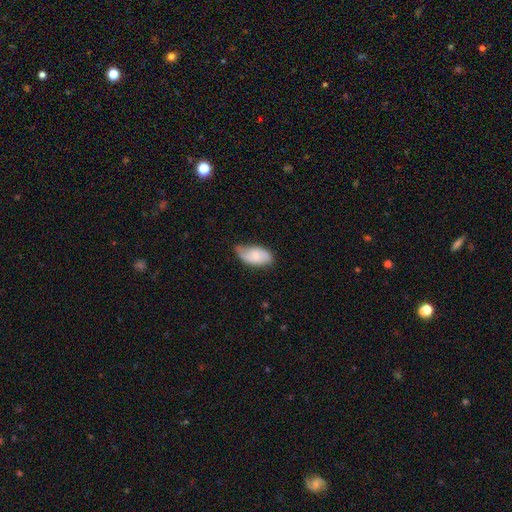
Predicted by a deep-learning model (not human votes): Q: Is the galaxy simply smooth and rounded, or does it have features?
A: smooth — 58%.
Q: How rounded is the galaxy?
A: in between — 94%.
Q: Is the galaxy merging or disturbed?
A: none — 52%.